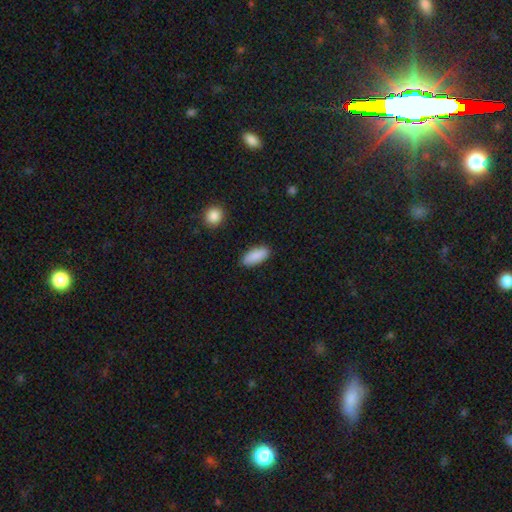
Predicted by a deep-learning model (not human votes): Q: Smooth or featured?
A: smooth (90%); runner-up: star or artifact (6%)
Q: How rounded?
A: in between (86%); runner-up: cigar-shaped (12%)
Q: Merging?
A: none (88%); runner-up: minor disturbance (9%)